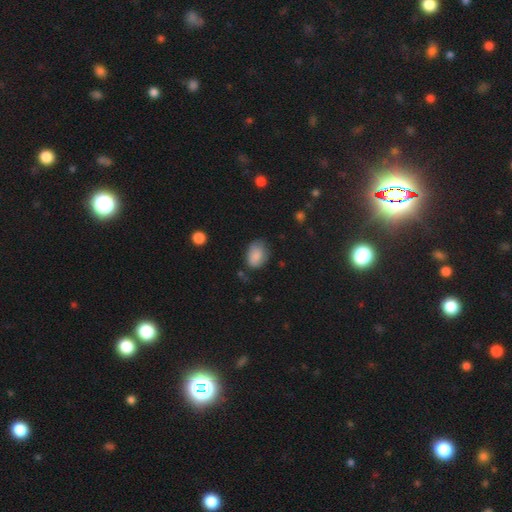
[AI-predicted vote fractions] The model was most divided on "merging": none: 59%, minor disturbance: 31%, major disturbance: 8%, merger: 2%. More confident: smooth or featured — smooth (85%); how rounded — in between (78%).